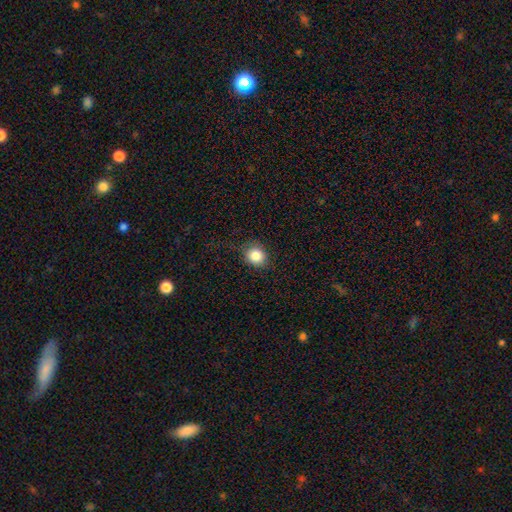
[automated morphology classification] type=smooth (84%); roundness=round (80%); merging=none (78%).